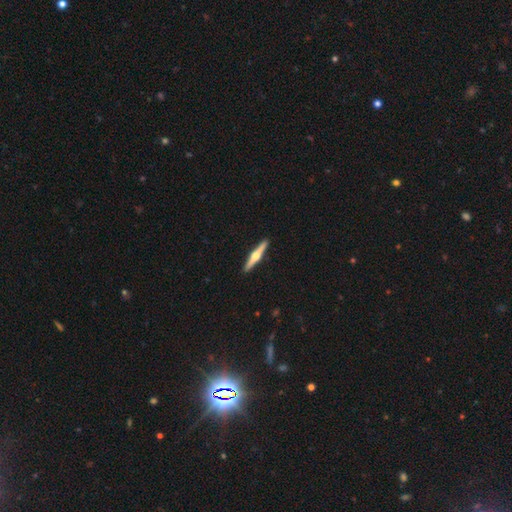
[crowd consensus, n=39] featured or disk 85%, smooth 13%, star or artifact 3%. Down the decision tree: edge-on disk — yes (97%); edge-on bulge — rounded (94%); merging — none (95%).